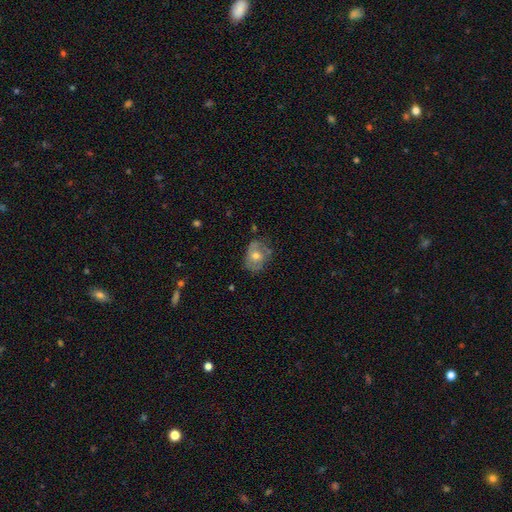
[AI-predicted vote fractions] Smooth or featured: featured or disk — 50% (smooth — 40%)
Merging: none — 66% (minor disturbance — 24%)